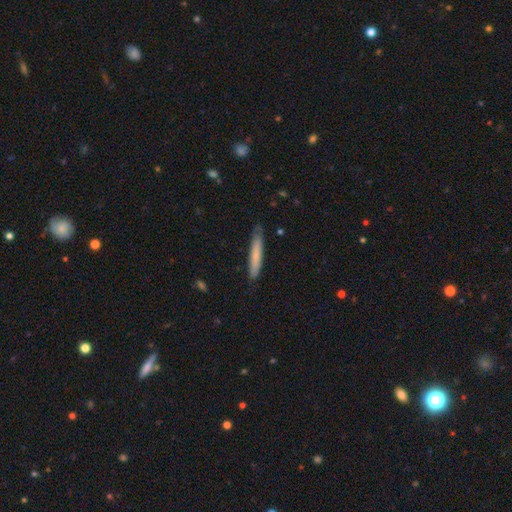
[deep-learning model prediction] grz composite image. It shows a smooth galaxy with no disk features (74%) that is cigar-shaped (94%). Merging: none (81%).